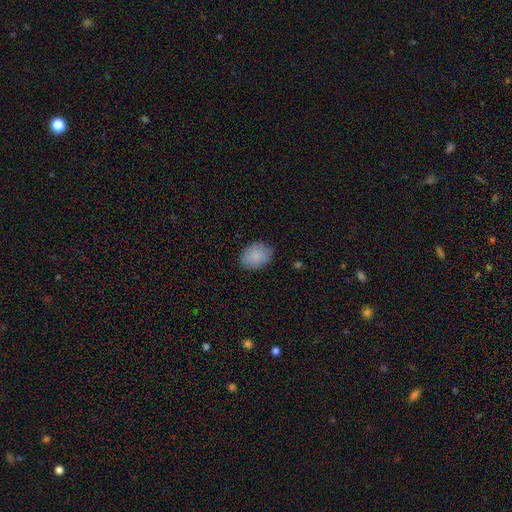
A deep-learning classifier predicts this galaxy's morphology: Overall: smooth (87%). How rounded: in between (70%). Merging: none (82%).